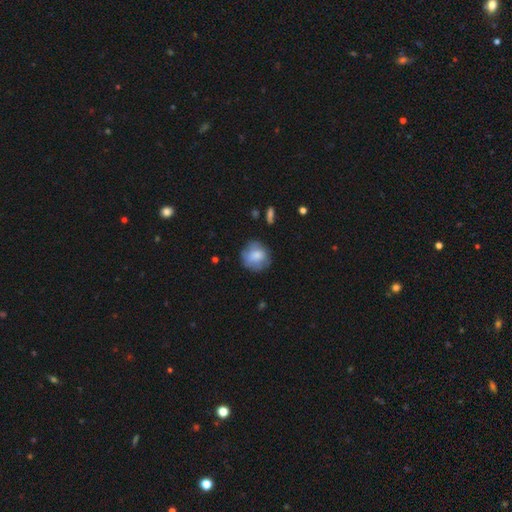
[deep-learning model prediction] This is likely a smooth galaxy (73%). How rounded: clearly round (85%). Merging: likely none (73%).